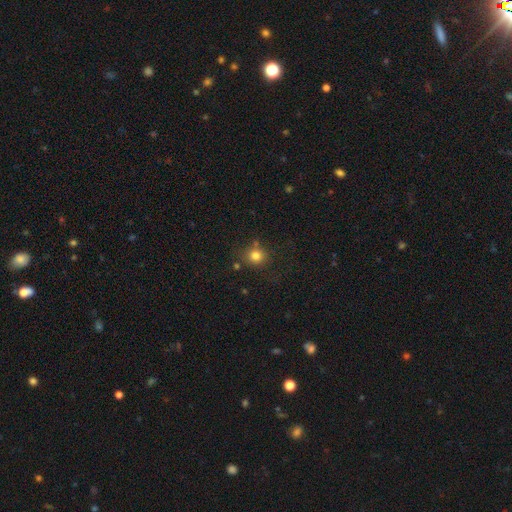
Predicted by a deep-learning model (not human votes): The model was most divided on "merging": none: 76%, minor disturbance: 12%, merger: 7%, major disturbance: 5%. More confident: how rounded — round (88%); smooth or featured — smooth (80%).